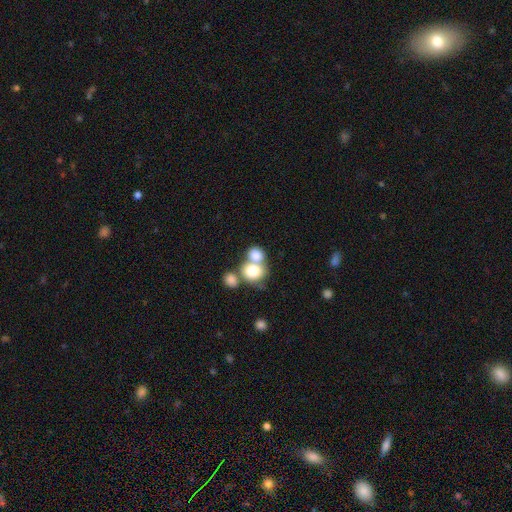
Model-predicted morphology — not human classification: Smooth or featured?
  - smooth: 78% *
  - featured or disk: 13%
  - star or artifact: 9%
How rounded?
  - round: 59% *
  - in between: 40%
  - cigar-shaped: 1%
Merging?
  - merger: 61% *
  - none: 27%
  - minor disturbance: 7%
  - major disturbance: 4%